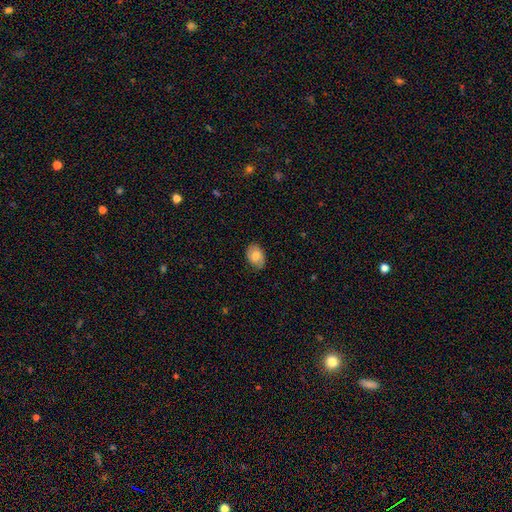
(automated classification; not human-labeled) A smooth galaxy with no disk features (73%) that is in between round and cigar-shaped (79%).

Vote fractions:
- Smooth or featured? smooth: 73% / featured or disk: 20% / star or artifact: 7%
- How rounded? in between: 79% / round: 20% / cigar-shaped: 1%
- Merging? none: 79% / minor disturbance: 17% / major disturbance: 3% / merger: 1%